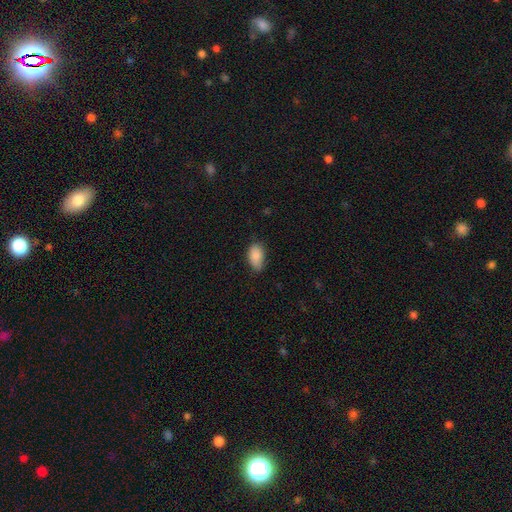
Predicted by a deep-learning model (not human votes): Smooth or featured? smooth (87%)
How rounded? in between (91%)
Merging? none (64%)